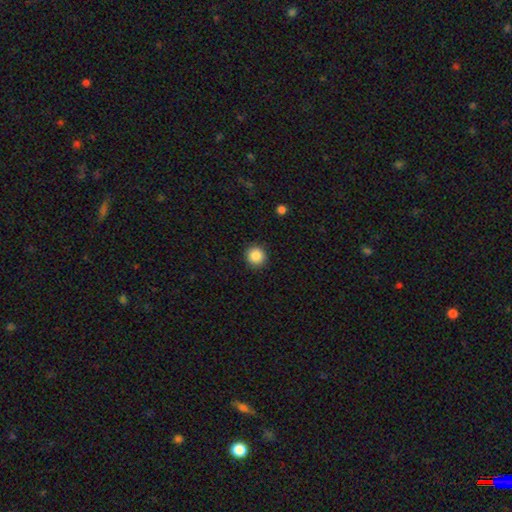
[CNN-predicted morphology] This is clearly a smooth galaxy (87%). How rounded: clearly round (93%). Merging: clearly none (92%).